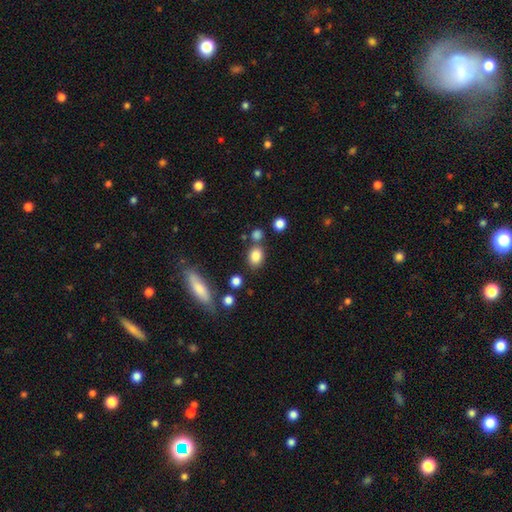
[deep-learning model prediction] Morphology: type=smooth (83%); roundness=in between (65%); merging=none (70%).